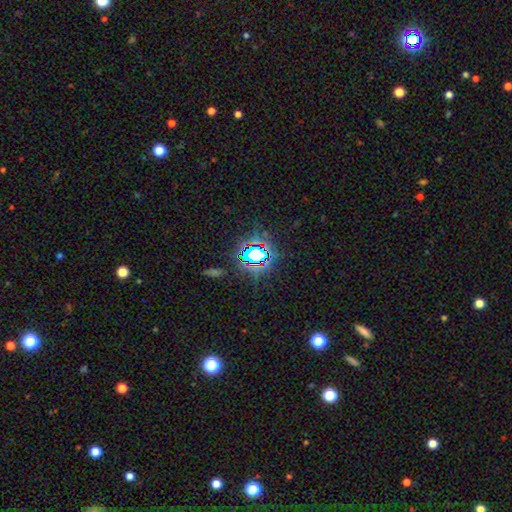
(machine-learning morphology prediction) The model was most divided on "smooth or featured": star or artifact: 74%, smooth: 17%, featured or disk: 10%.